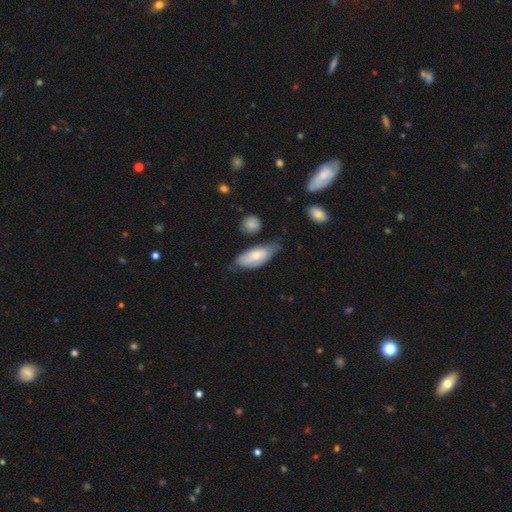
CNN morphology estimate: Smooth or featured?
  - smooth: 62% *
  - featured or disk: 33%
  - star or artifact: 6%
How rounded?
  - in between: 83% *
  - cigar-shaped: 15%
  - round: 2%
Merging?
  - none: 47% *
  - minor disturbance: 38%
  - major disturbance: 9%
  - merger: 5%